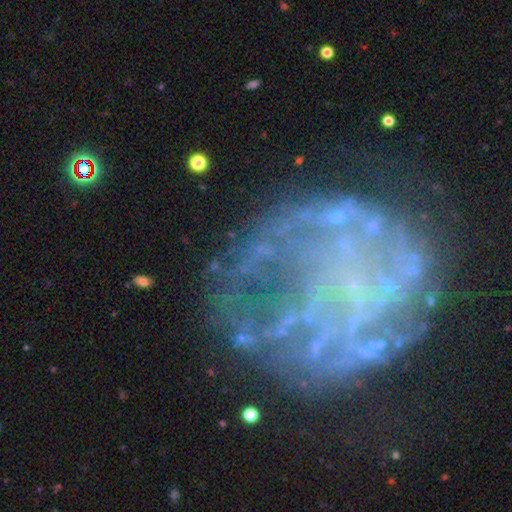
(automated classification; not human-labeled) Morphology: type=featured or disk (70%); edge-on=no (98%); bar=no (81%); spiral arms=no (58%); bulge=none (73%); merging=none (50%).